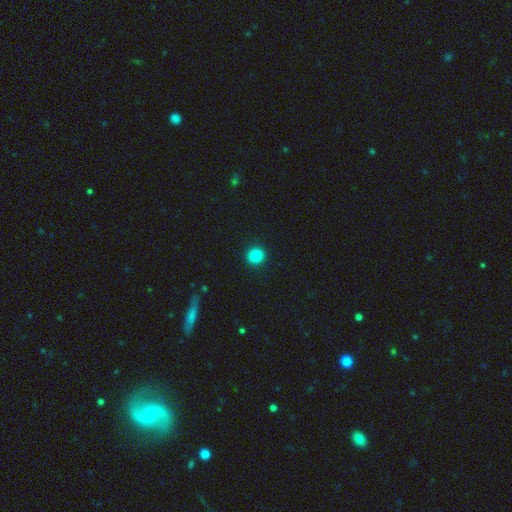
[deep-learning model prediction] smooth 86%, star or artifact 10%, featured or disk 4%. Down the decision tree: how rounded — round (89%); merging — none (93%).